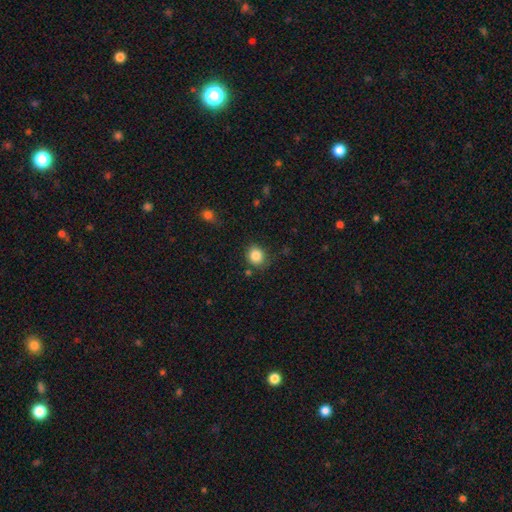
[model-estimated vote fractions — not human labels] Smooth or featured? Predicted: smooth (p=0.85). How rounded? Predicted: round (p=0.78). Merging? Predicted: none (p=0.81).